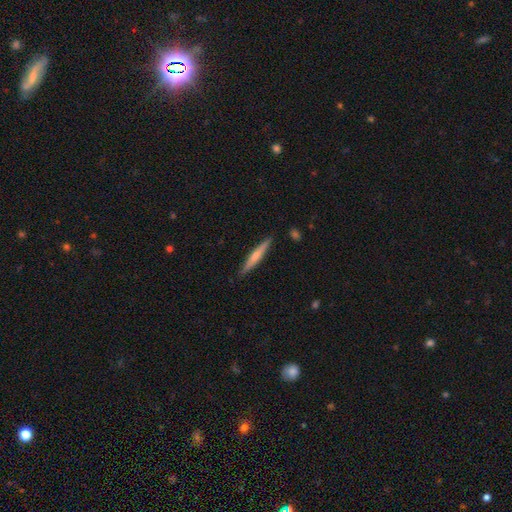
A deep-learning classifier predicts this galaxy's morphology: The model was most divided on "smooth or featured": smooth: 50%, featured or disk: 45%, star or artifact: 6%. More confident: merging — none (89%).